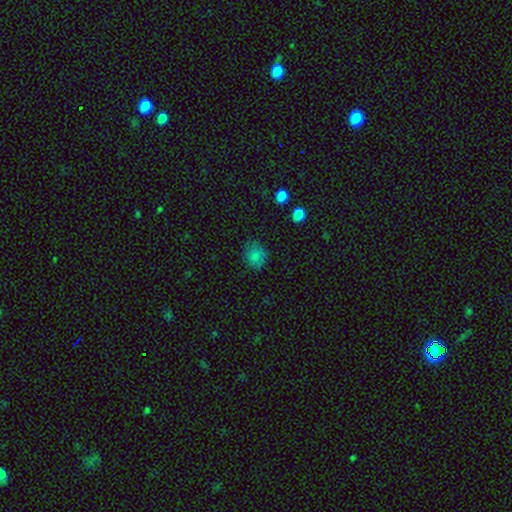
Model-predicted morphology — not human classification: smooth 81%, star or artifact 13%, featured or disk 6%. Down the decision tree: how rounded — round (75%); merging — none (75%).